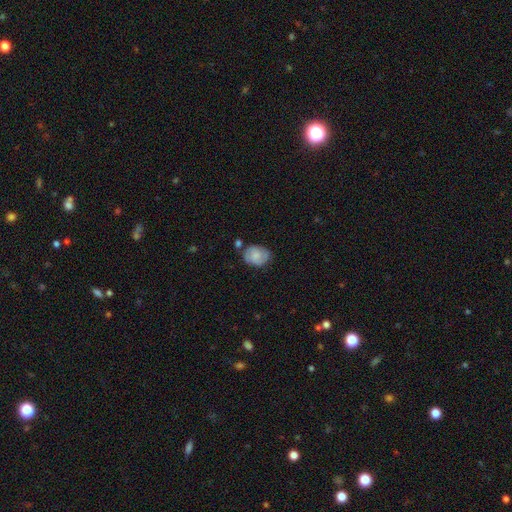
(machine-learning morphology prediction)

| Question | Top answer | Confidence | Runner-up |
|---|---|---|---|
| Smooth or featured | smooth | 56% | featured or disk (36%) |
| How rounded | in between | 53% | round (46%) |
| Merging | none | 65% | minor disturbance (22%) |